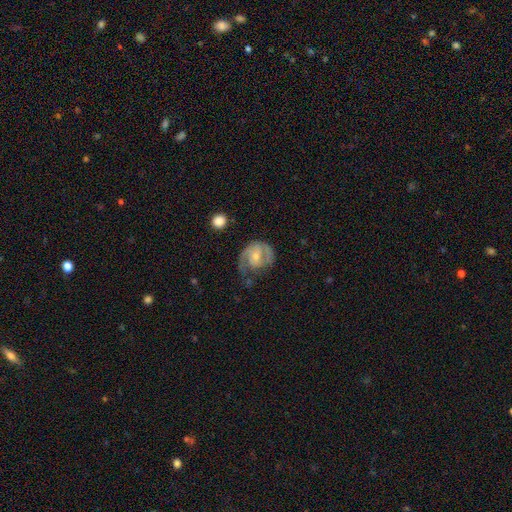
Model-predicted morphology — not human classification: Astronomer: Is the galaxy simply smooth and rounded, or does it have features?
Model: featured or disk — 76%.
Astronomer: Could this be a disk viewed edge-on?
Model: no — 98%.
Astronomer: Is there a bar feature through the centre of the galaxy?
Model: no — 48% (runner-up: weak, 42%).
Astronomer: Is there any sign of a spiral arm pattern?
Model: yes — 90%.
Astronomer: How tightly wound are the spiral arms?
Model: medium — 44% (runner-up: tight, 38%).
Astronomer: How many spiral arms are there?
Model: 2 — 58%.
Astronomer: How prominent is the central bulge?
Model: small — 52% (runner-up: moderate, 40%).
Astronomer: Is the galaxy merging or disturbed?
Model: none — 46% (runner-up: major disturbance, 26%).